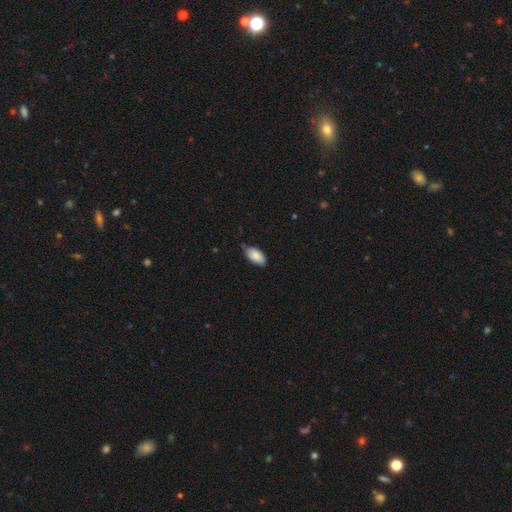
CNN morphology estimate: Q: Smooth or featured?
A: smooth (87%); runner-up: featured or disk (7%)
Q: How rounded?
A: in between (94%); runner-up: cigar-shaped (3%)
Q: Merging?
A: none (64%); runner-up: minor disturbance (30%)